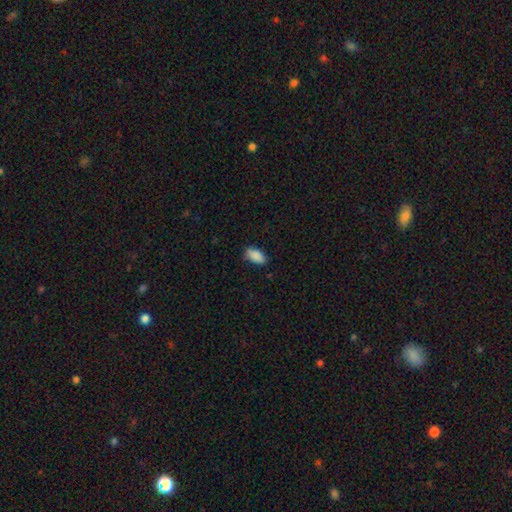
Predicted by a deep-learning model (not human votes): smooth 88%, star or artifact 7%, featured or disk 5%. Down the decision tree: how rounded — in between (92%); merging — none (77%).